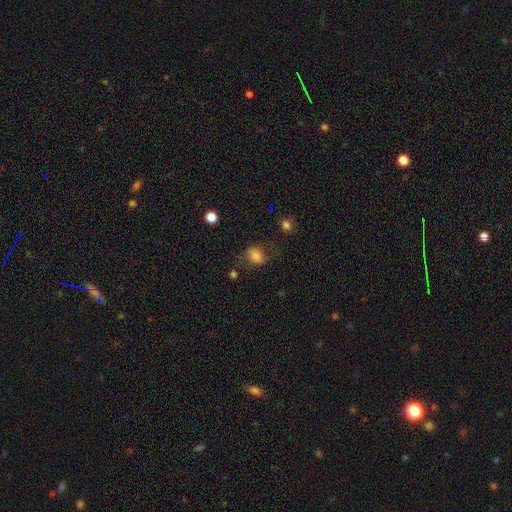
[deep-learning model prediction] This appears to be a smooth galaxy with no disk features (75%) that is in between round and cigar-shaped (56%). Merging: none (64%).